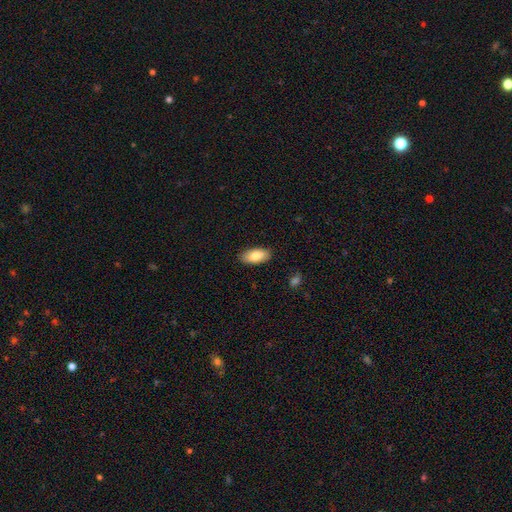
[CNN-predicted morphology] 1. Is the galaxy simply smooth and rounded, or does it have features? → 83% smooth, 11% featured or disk, 6% star or artifact.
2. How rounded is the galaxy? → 92% in between, 6% cigar-shaped, 2% round.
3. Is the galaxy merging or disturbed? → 88% none, 9% minor disturbance, 2% major disturbance, 1% merger.